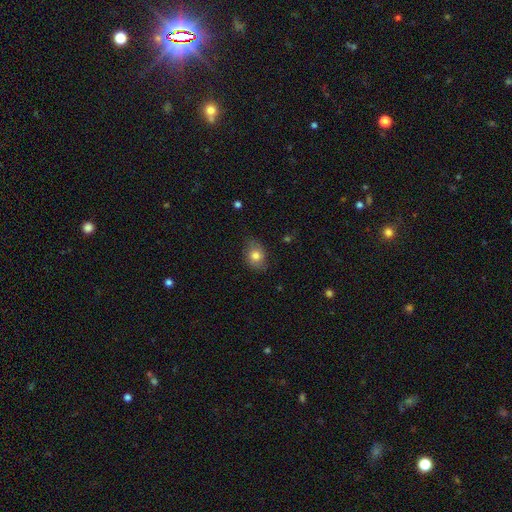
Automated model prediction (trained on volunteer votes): Smooth or featured?
  - smooth: 74% *
  - featured or disk: 17%
  - star or artifact: 9%
How rounded?
  - in between: 62% *
  - round: 36%
  - cigar-shaped: 1%
Merging?
  - none: 74% *
  - minor disturbance: 20%
  - major disturbance: 5%
  - merger: 1%